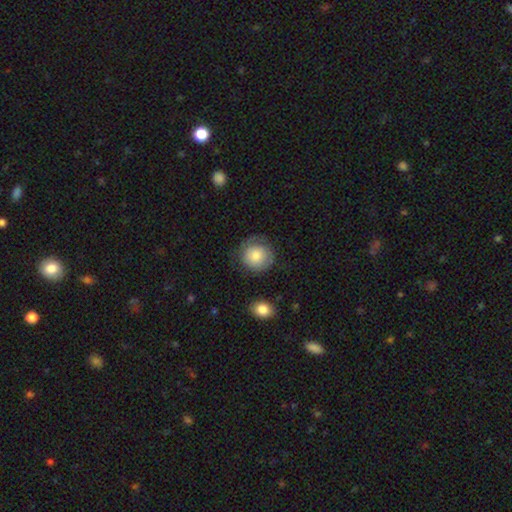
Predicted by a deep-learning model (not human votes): A smooth galaxy with no disk features (77%) that is round (90%). Merging: none (68%).